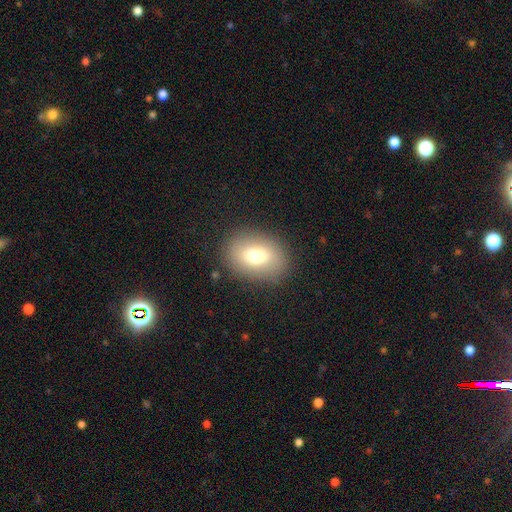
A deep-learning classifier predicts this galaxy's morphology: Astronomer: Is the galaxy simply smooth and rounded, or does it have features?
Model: smooth — 72%.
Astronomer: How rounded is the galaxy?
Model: in between — 64%.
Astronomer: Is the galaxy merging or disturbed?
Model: none — 85%.